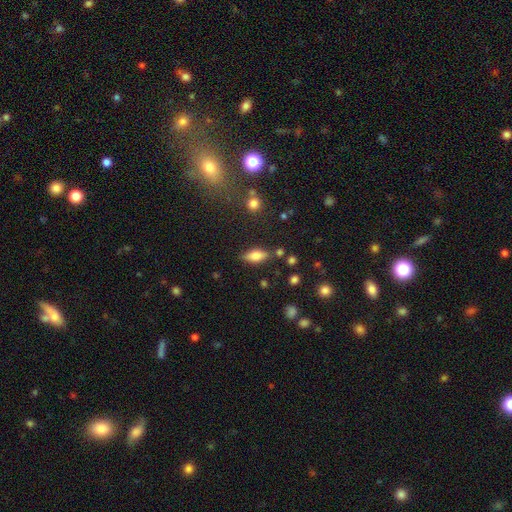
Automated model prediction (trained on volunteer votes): A smooth galaxy with no disk features (68%) that is in between round and cigar-shaped (80%). Merging: none (78%).